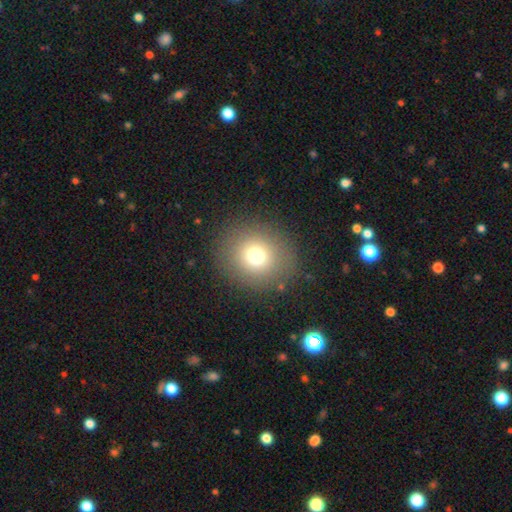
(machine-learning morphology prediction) A smooth galaxy with no disk features (73%) that is round (85%).

Vote fractions:
- Smooth or featured? smooth: 73% / star or artifact: 15% / featured or disk: 12%
- How rounded? round: 85% / in between: 14% / cigar-shaped: 1%
- Merging? none: 87% / minor disturbance: 7% / major disturbance: 4% / merger: 1%